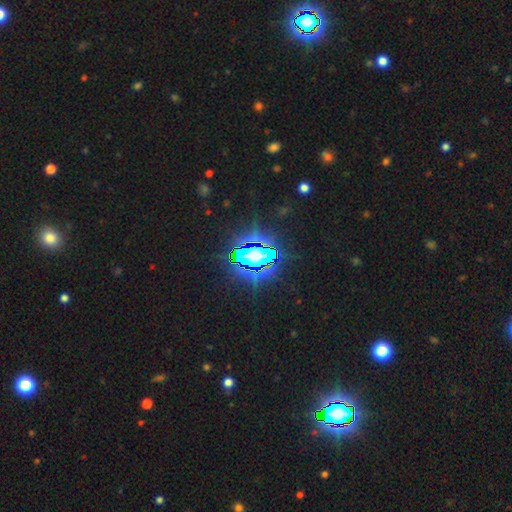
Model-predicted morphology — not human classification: smooth-or-featured: star or artifact: 83% | smooth: 10% | featured or disk: 7%